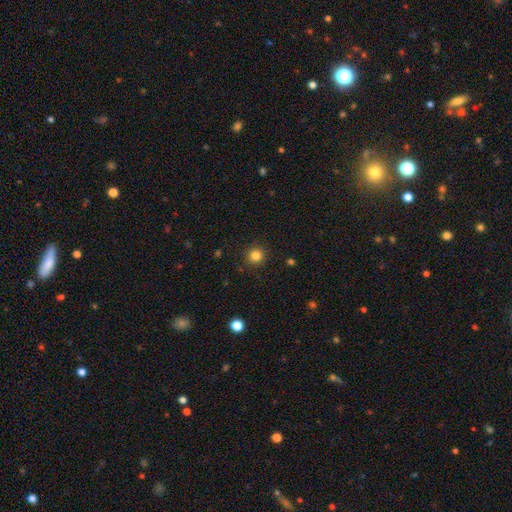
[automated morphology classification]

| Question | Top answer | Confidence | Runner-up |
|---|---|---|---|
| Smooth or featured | smooth | 83% | star or artifact (12%) |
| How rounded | round | 95% | in between (4%) |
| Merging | none | 92% | minor disturbance (5%) |